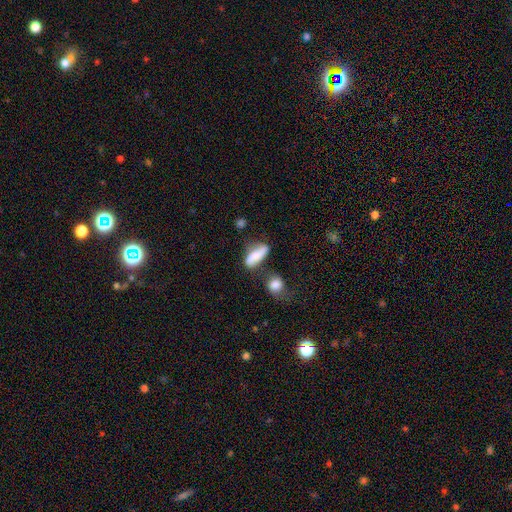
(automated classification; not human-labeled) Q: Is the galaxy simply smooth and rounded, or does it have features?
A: smooth — 63%.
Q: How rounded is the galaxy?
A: in between — 65%.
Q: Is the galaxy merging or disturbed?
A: none — 49%.